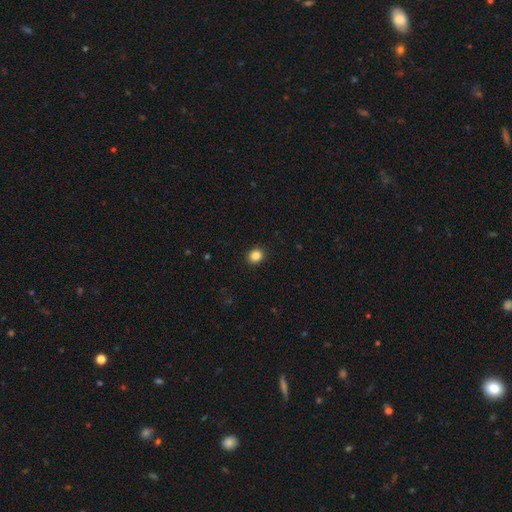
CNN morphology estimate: This is clearly a smooth galaxy (85%). How rounded: likely round (77%). Merging: clearly none (92%).